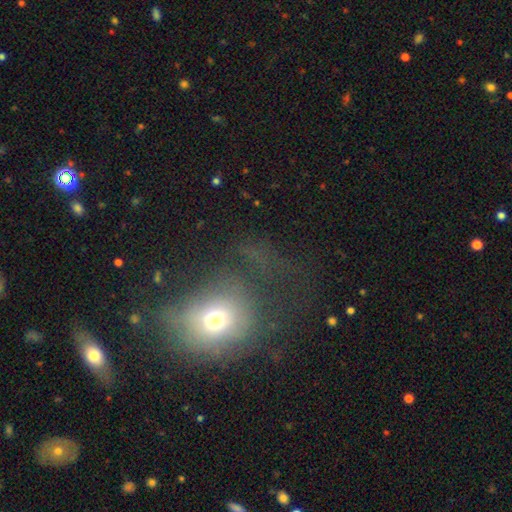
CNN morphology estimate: A smooth galaxy with no disk features (58%) that is round (64%).

Vote fractions:
- Smooth or featured? smooth: 58% / star or artifact: 25% / featured or disk: 18%
- How rounded? round: 64% / in between: 34% / cigar-shaped: 2%
- Merging? none: 41% / major disturbance: 33% / minor disturbance: 21% / merger: 5%